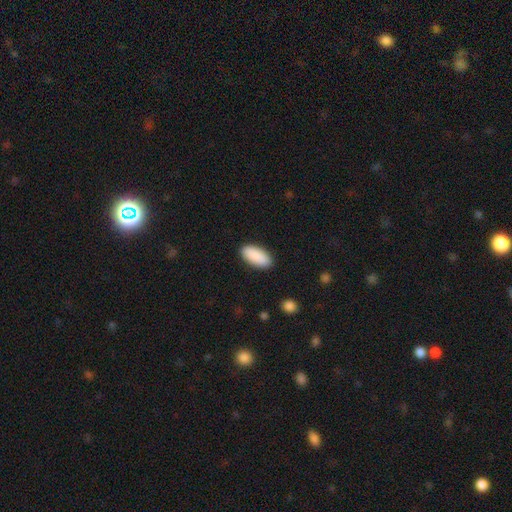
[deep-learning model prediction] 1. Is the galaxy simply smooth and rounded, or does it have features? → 91% smooth, 6% star or artifact, 3% featured or disk.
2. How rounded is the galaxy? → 90% in between, 8% cigar-shaped, 2% round.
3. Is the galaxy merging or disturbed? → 90% none, 8% minor disturbance, 2% major disturbance, 1% merger.